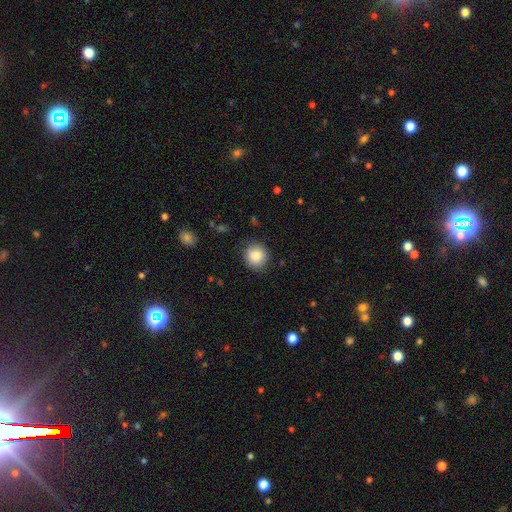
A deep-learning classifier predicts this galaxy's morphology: smooth_or_featured: smooth (p=0.84) [alt: star or artifact p=0.09]
how_rounded: round (p=0.87) [alt: in between p=0.12]
merging: none (p=0.83) [alt: minor disturbance p=0.13]